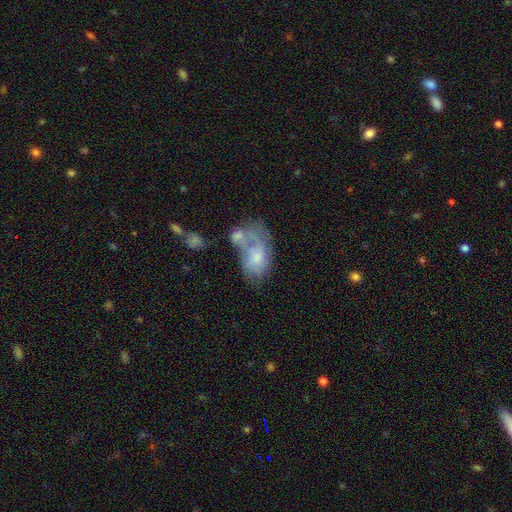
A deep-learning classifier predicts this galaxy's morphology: This appears to be a smooth galaxy with no disk features (49%). Merging: merger (39%).